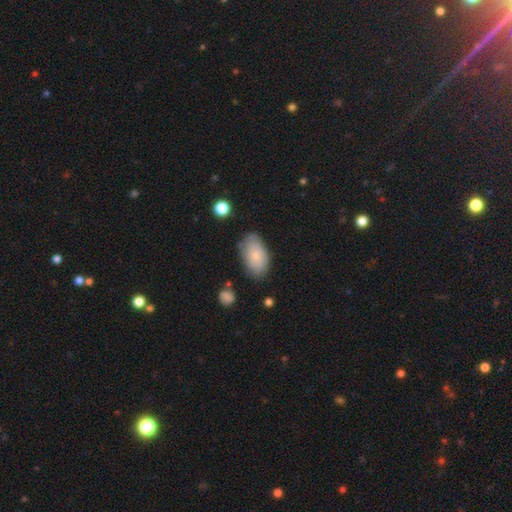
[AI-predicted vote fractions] Smooth or featured: smooth — 75% (featured or disk — 18%)
How rounded: in between — 94% (round — 5%)
Merging: none — 70% (minor disturbance — 22%)